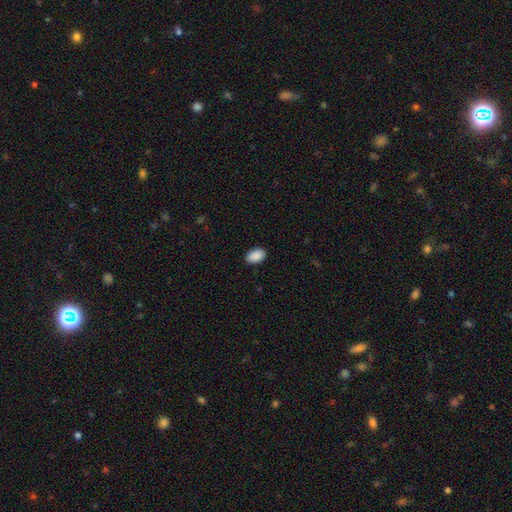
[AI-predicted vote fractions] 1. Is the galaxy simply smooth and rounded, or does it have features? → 91% smooth, 7% star or artifact, 2% featured or disk.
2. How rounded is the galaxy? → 91% in between, 7% round, 1% cigar-shaped.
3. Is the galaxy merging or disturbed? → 89% none, 8% minor disturbance, 2% major disturbance, 1% merger.